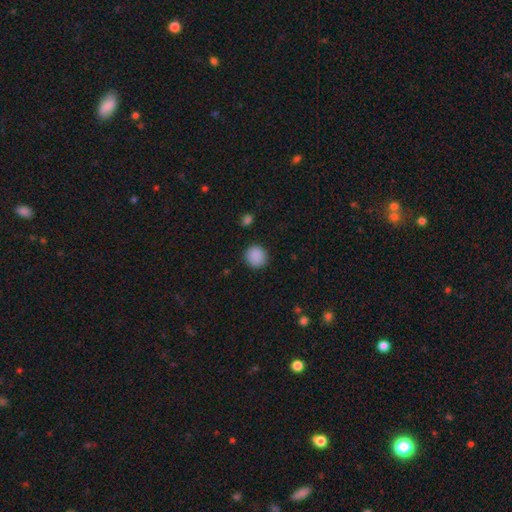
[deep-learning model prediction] The model was most divided on "smooth or featured": smooth: 89%, star or artifact: 8%, featured or disk: 3%. More confident: how rounded — round (93%); merging — none (89%).